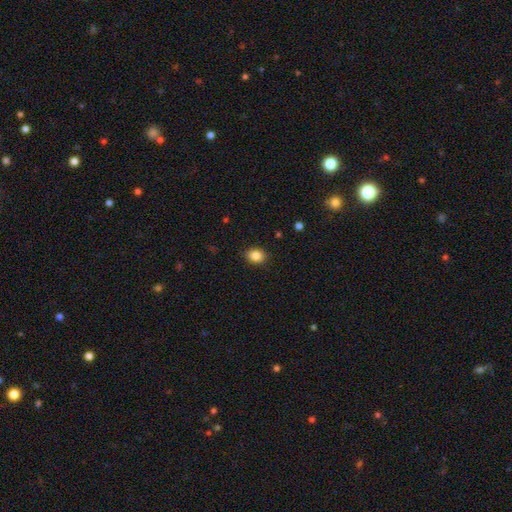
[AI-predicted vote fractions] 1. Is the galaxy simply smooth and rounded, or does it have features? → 86% smooth, 10% star or artifact, 5% featured or disk.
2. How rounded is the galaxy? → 56% round, 43% in between, 1% cigar-shaped.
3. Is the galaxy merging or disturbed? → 89% none, 8% minor disturbance, 2% major disturbance, 1% merger.